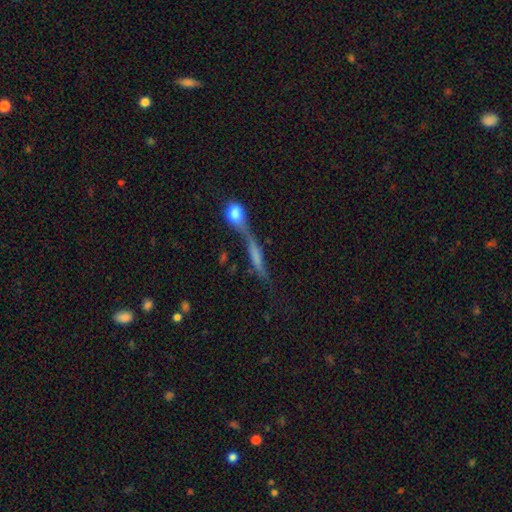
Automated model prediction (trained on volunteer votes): Smooth or featured?
  - smooth: 45% *
  - featured or disk: 42%
  - star or artifact: 13%
Merging?
  - merger: 50% *
  - none: 26%
  - major disturbance: 12%
  - minor disturbance: 11%